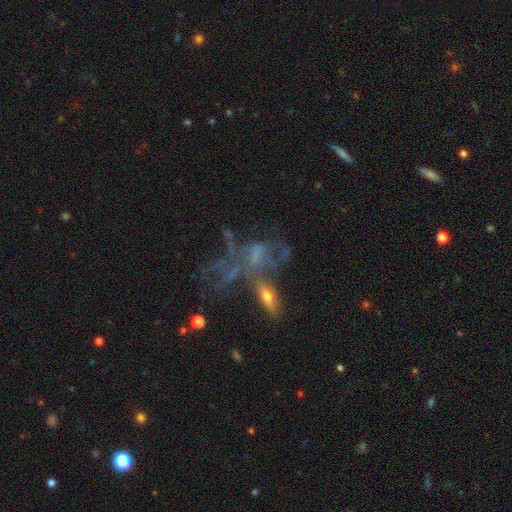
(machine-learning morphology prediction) featured or disk 52%, star or artifact 27%, smooth 21%. Down the decision tree: edge-on disk — no (87%); merging — merger (33%).